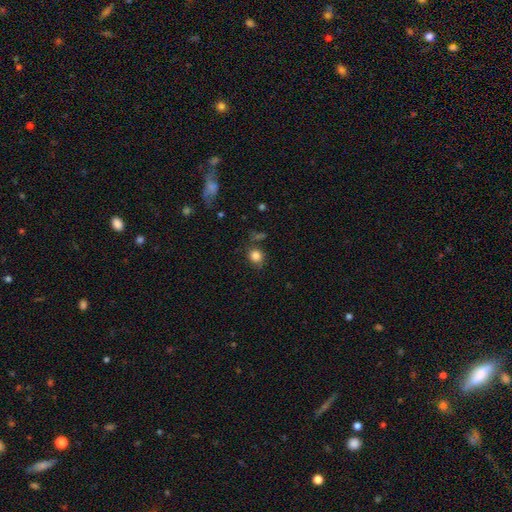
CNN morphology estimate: Smooth or featured?
  - smooth: 83% *
  - star or artifact: 11%
  - featured or disk: 6%
How rounded?
  - round: 73% *
  - in between: 26%
  - cigar-shaped: 1%
Merging?
  - none: 71% *
  - minor disturbance: 18%
  - major disturbance: 5%
  - merger: 5%